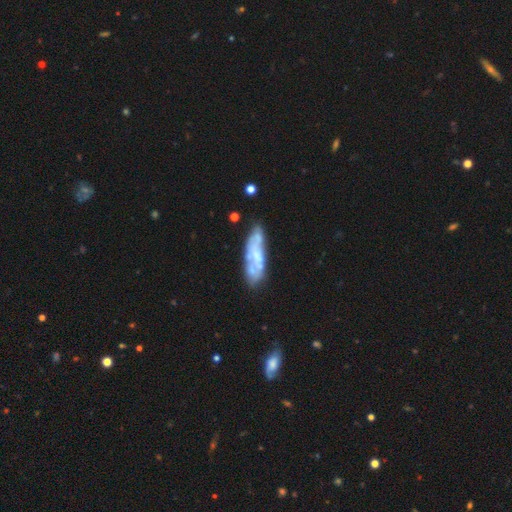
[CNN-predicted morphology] Smooth or featured? Predicted: featured or disk (p=0.58). Edge-on disk? Predicted: no (p=0.78). Merging? Predicted: none (p=0.60).